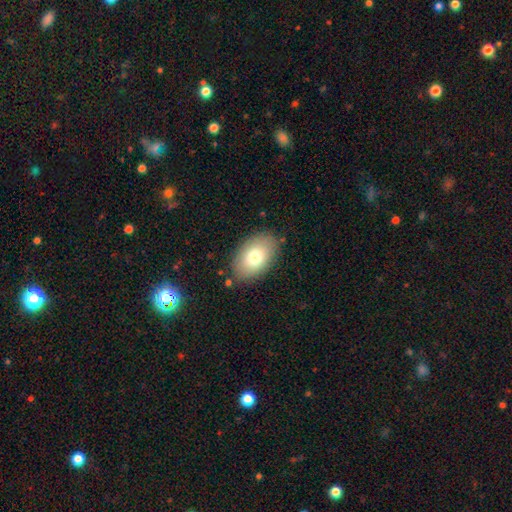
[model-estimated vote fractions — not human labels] This appears to be a smooth galaxy with no disk features (75%) that is in between round and cigar-shaped (86%). Merging: none (87%).